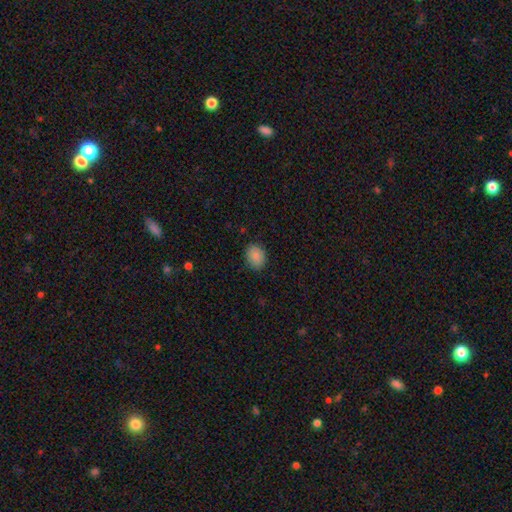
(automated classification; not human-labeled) This appears to be a smooth galaxy with no disk features (89%) that is in between round and cigar-shaped (57%). Merging: none (87%).